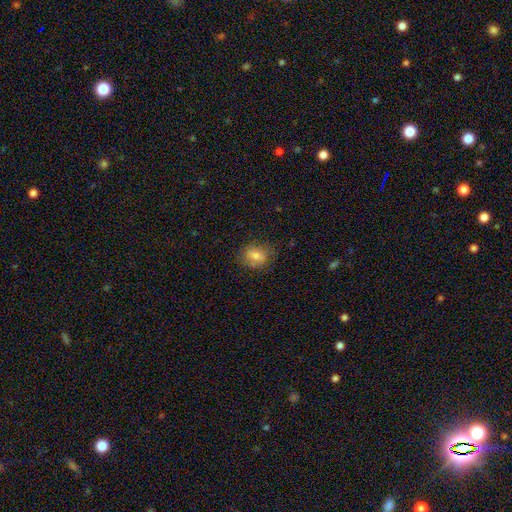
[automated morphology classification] A smooth galaxy with no disk features (69%) that is in between round and cigar-shaped (51%). Merging: none (76%).